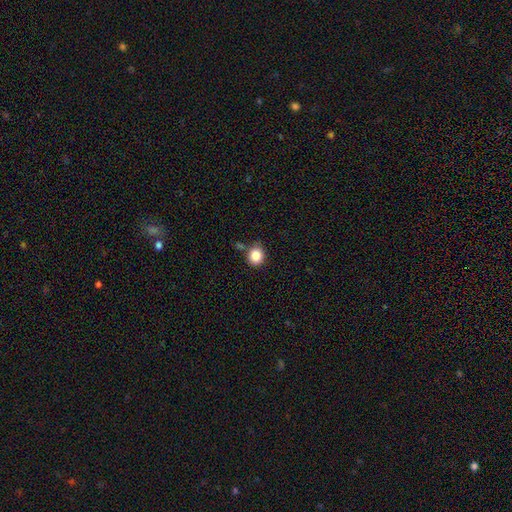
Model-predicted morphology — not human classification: This appears to be a smooth galaxy with no disk features (86%) that is round (76%). Merging: none (73%).